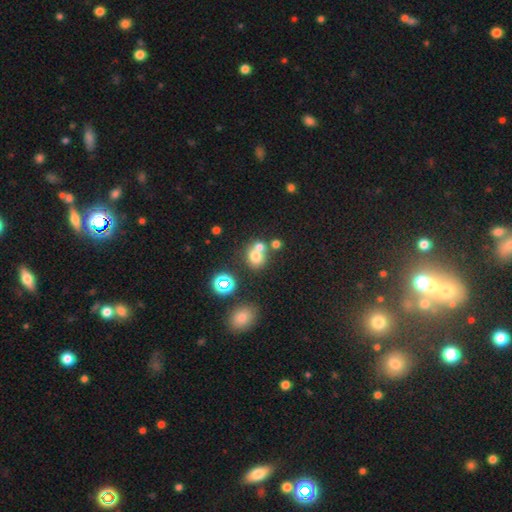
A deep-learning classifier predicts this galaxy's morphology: smooth-or-featured: smooth: 67% | star or artifact: 19% | featured or disk: 14%
  how-rounded: round: 72% | in between: 27% | cigar-shaped: 1%
  merging: merger: 45% | none: 43% | minor disturbance: 8% | major disturbance: 4%